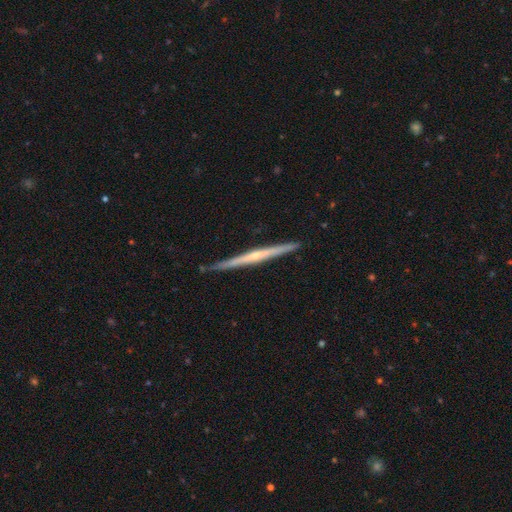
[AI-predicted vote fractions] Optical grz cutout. It shows a featured or disk galaxy (73%) viewed edge-on (98%) with a rounded central bulge (52%). Merging: none (88%).